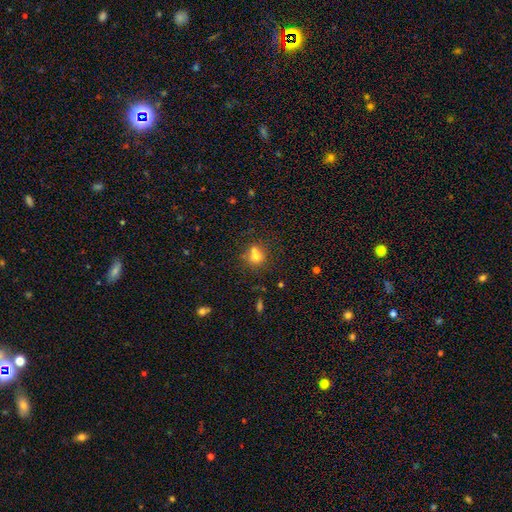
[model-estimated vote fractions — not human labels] Smooth or featured?
  - smooth: 68% *
  - featured or disk: 17%
  - star or artifact: 16%
How rounded?
  - round: 80% *
  - in between: 19%
  - cigar-shaped: 1%
Merging?
  - none: 44% *
  - merger: 41%
  - minor disturbance: 10%
  - major disturbance: 4%